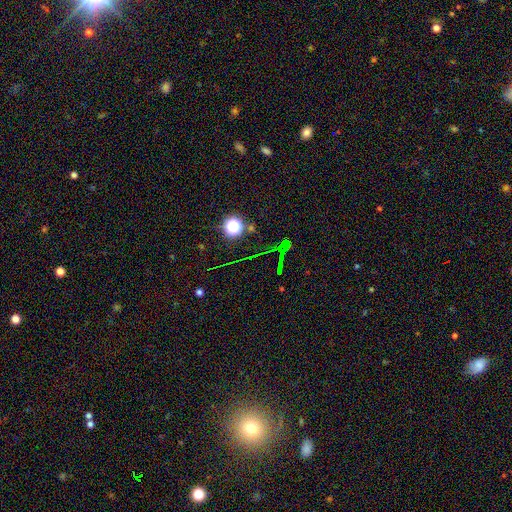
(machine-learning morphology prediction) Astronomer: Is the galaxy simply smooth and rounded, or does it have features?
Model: star or artifact — 72%.